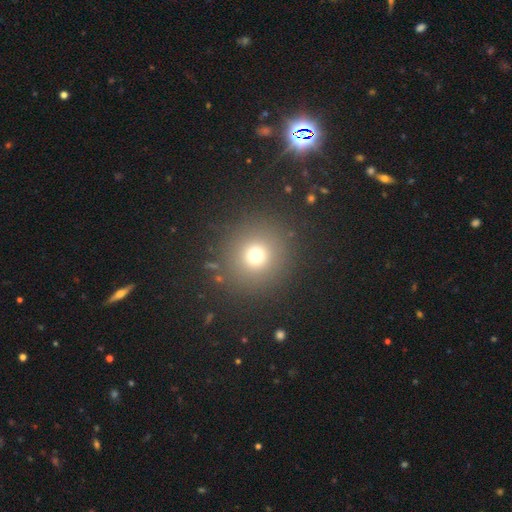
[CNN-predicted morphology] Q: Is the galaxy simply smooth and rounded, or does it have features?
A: smooth — 70%.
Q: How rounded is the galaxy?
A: round — 92%.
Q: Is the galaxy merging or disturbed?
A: none — 87%.